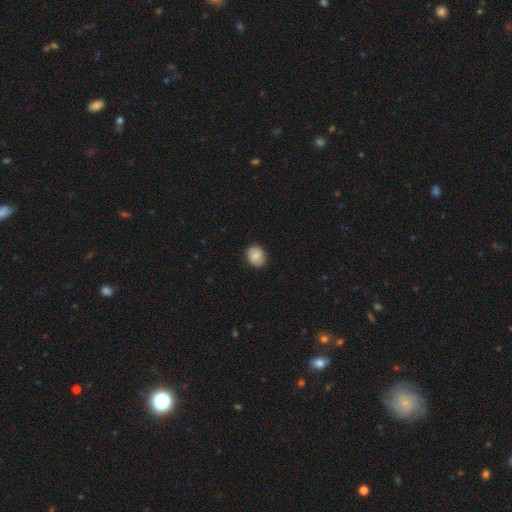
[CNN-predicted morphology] Smooth or featured? Predicted: smooth (p=0.76). How rounded? Predicted: round (p=0.58). Merging? Predicted: none (p=0.87).